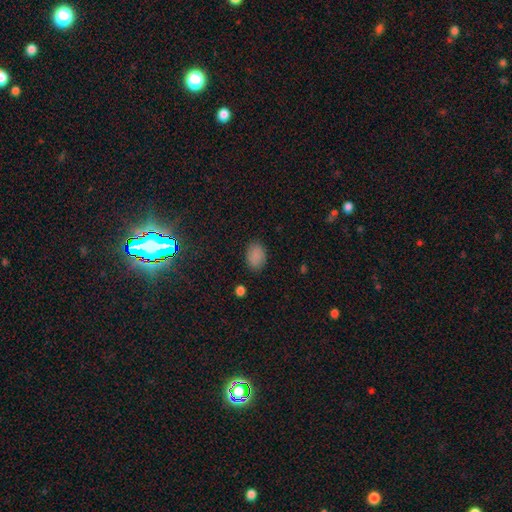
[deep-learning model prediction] Morphology: type=smooth (86%); roundness=in between (78%); merging=none (85%).